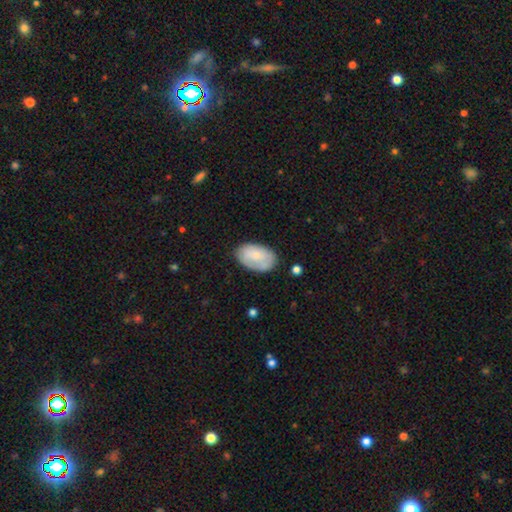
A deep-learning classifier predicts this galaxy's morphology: Q: Smooth or featured?
A: smooth (68%); runner-up: featured or disk (26%)
Q: How rounded?
A: in between (91%); runner-up: round (7%)
Q: Merging?
A: none (73%); runner-up: minor disturbance (20%)